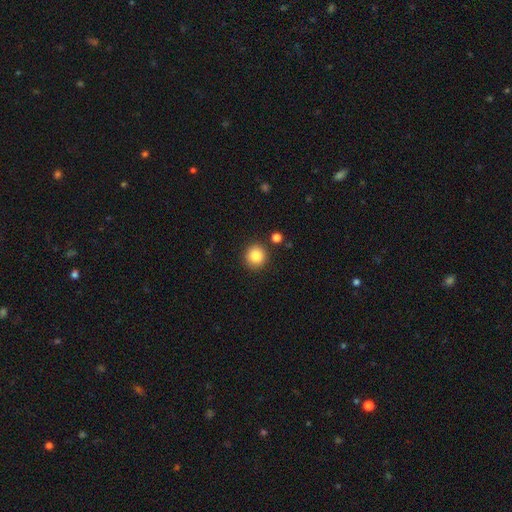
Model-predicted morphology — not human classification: Smooth or featured?
  - smooth: 86% *
  - star or artifact: 10%
  - featured or disk: 5%
How rounded?
  - round: 92% *
  - in between: 7%
  - cigar-shaped: 1%
Merging?
  - none: 88% *
  - minor disturbance: 7%
  - merger: 3%
  - major disturbance: 2%